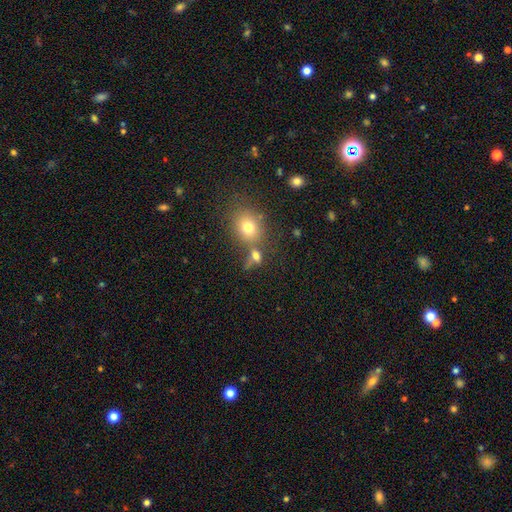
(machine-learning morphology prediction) A smooth galaxy with no disk features (69%) that is in between round and cigar-shaped (48%). Merging: none (48%).